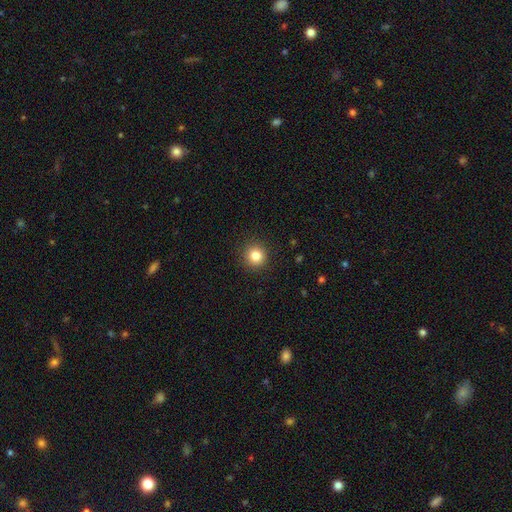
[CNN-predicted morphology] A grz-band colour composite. It shows a smooth galaxy with no disk features (83%) that is round (94%). Merging: none (92%).